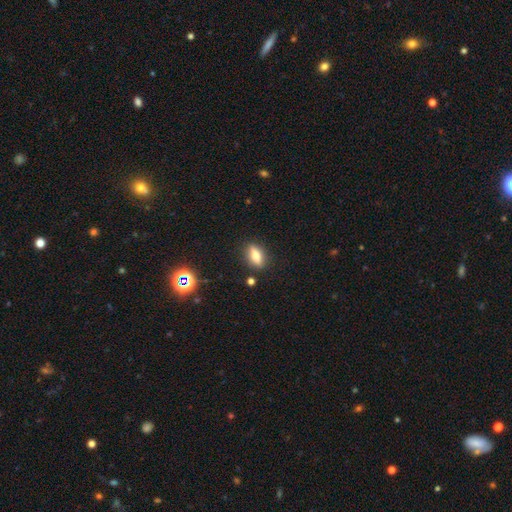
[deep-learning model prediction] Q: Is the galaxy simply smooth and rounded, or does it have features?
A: smooth — 58%.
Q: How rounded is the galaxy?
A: in between — 63%.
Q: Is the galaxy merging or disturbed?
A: none — 86%.